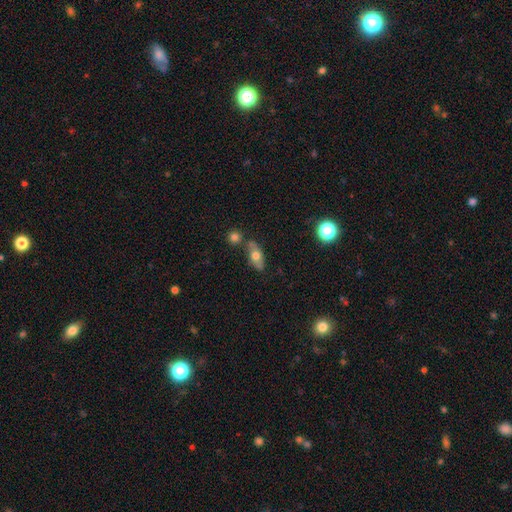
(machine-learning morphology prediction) This appears to be a smooth galaxy with no disk features (55%) that is in between round and cigar-shaped (70%). Merging: none (67%).